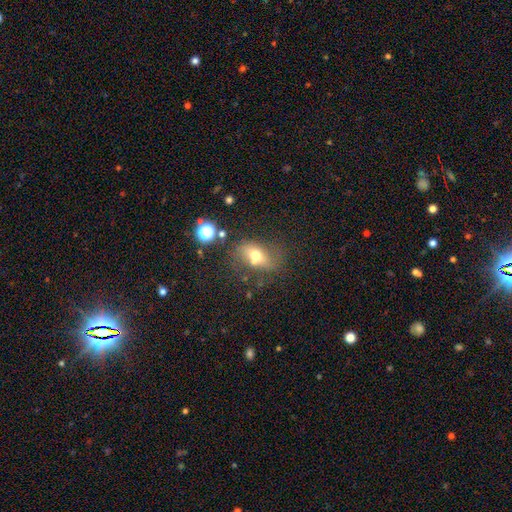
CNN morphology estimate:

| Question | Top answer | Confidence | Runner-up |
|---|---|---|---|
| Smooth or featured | smooth | 58% | featured or disk (27%) |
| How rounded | in between | 74% | round (22%) |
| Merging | none | 58% | minor disturbance (20%) |